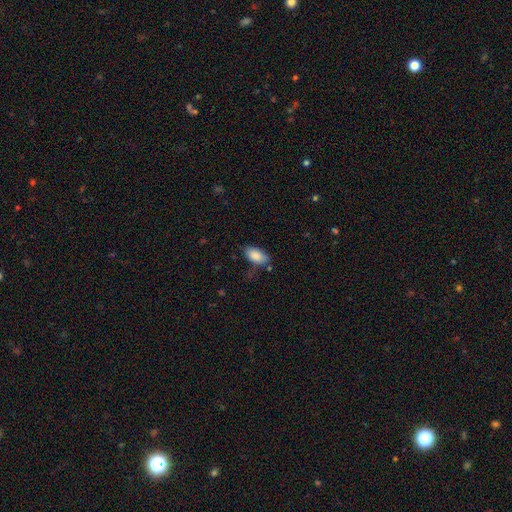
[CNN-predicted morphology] Smooth or featured?
  - smooth: 87% *
  - star or artifact: 7%
  - featured or disk: 6%
How rounded?
  - in between: 92% *
  - cigar-shaped: 5%
  - round: 3%
Merging?
  - none: 71% *
  - minor disturbance: 21%
  - major disturbance: 5%
  - merger: 3%